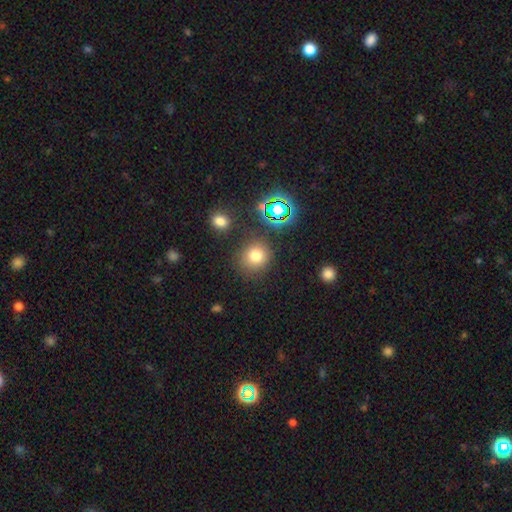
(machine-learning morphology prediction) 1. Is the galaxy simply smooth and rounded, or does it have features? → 73% smooth, 19% star or artifact, 8% featured or disk.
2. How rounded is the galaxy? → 86% round, 13% in between, 1% cigar-shaped.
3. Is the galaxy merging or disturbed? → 81% none, 10% minor disturbance, 5% merger, 4% major disturbance.